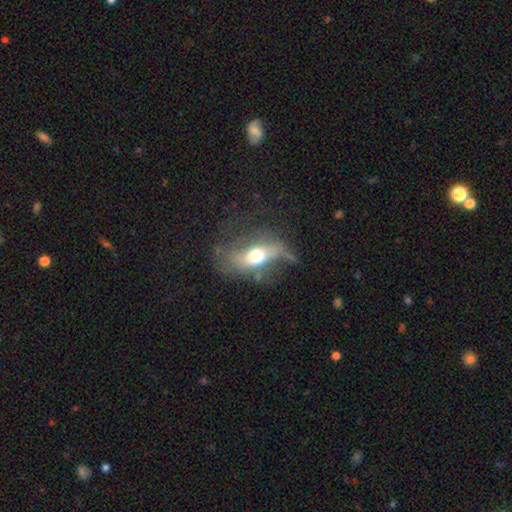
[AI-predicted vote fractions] smooth_or_featured: featured or disk (p=0.47) [alt: smooth p=0.44]
merging: none (p=0.45) [alt: major disturbance p=0.26]